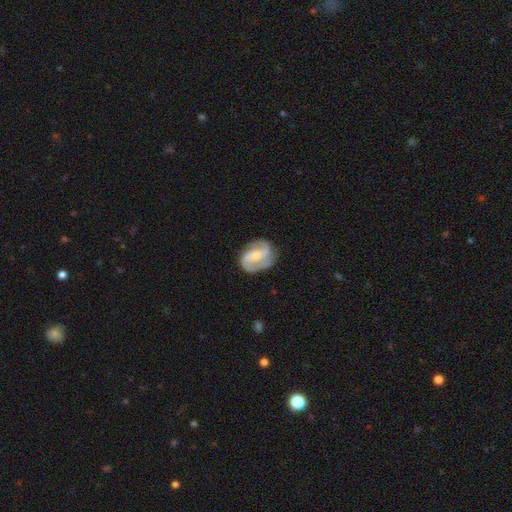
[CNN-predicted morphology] smooth-or-featured: featured or disk: 82% | smooth: 13% | star or artifact: 5%
  disk-edge-on: no: 97% | yes: 3%
    bar: weak: 37% (tied) | no: 37% (tied) | strong: 26%
    has-spiral-arms: yes: 95% | no: 5%
      spiral-winding: medium: 47% | loose: 28% | tight: 25%
      spiral-arm-count: 2: 81% | 3: 7% | can't tell: 6% | 1: 3% | 4: 2% | more than 4: 2%
    bulge-size: small: 62% | moderate: 30% | none: 5% | large: 2% | dominant: 1%
  merging: none: 73% | minor disturbance: 18% | major disturbance: 8% | merger: 1%